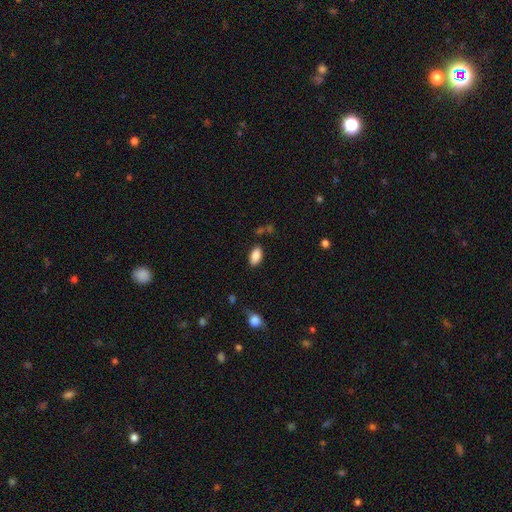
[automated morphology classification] Smooth or featured? smooth (87%)
How rounded? in between (92%)
Merging? none (84%)